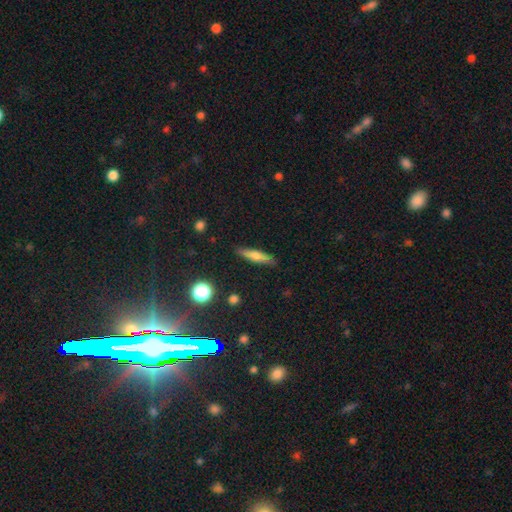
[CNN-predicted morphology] smooth_or_featured: smooth (p=0.61) [alt: featured or disk p=0.31]
how_rounded: cigar-shaped (p=0.82) [alt: in between p=0.16]
merging: none (p=0.86) [alt: minor disturbance p=0.10]